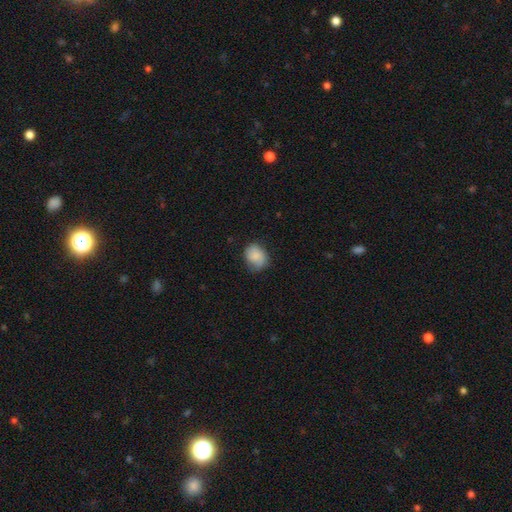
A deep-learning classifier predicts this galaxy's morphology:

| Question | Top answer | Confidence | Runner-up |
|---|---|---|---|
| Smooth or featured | smooth | 79% | featured or disk (13%) |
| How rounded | in between | 51% | round (48%) |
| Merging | none | 62% | minor disturbance (29%) |